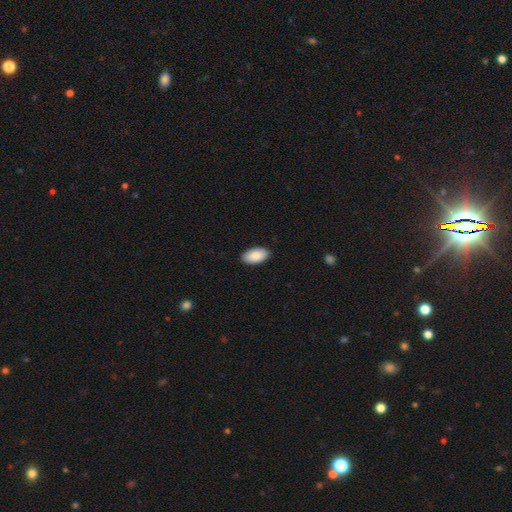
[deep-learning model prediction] Smooth or featured: smooth — 89% (star or artifact — 6%)
How rounded: in between — 96% (round — 2%)
Merging: none — 90% (minor disturbance — 8%)